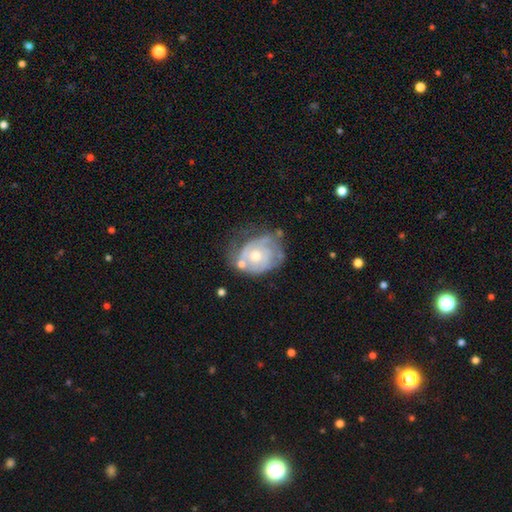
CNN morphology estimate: A featured or disk galaxy (72%) with no bar (81%), spiral arms (71%) and a moderate central bulge (65%).

Vote fractions:
- Smooth or featured? featured or disk: 72% / smooth: 23% / star or artifact: 6%
- Edge-on disk? no: 97% / yes: 3%
- Bar? no: 81% / weak: 16% / strong: 3%
- Spiral arms? yes: 71% / no: 29%
- Bulge size? moderate: 65% / small: 27% / large: 5% / none: 2% / dominant: 1%
- Merging? none: 42% / minor disturbance: 29% / major disturbance: 19% / merger: 10%